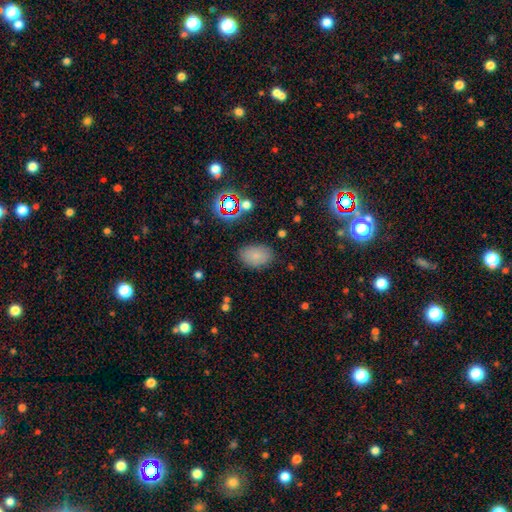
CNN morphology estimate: Smooth or featured? smooth (78%)
How rounded? in between (87%)
Merging? none (83%)